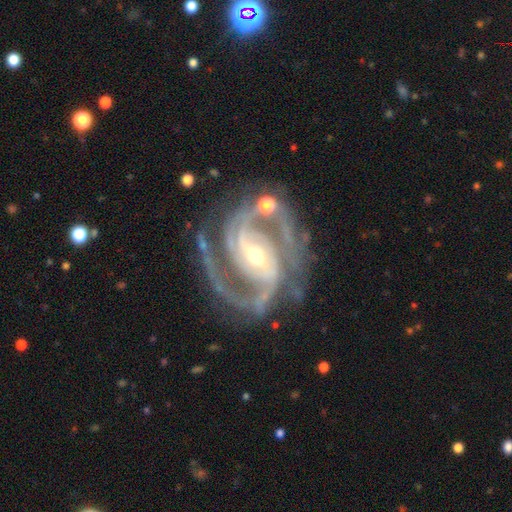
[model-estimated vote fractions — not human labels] Overall: featured or disk (93%). Edge-on disk: no (98%). Bar: strong (44%; weak 39%). Spiral arms: yes (99%). Spiral arm count: 2 (62%). Spiral winding: medium (51%; tight 39%). Bulge size: small (49%; moderate 47%). Merging: none (64%).